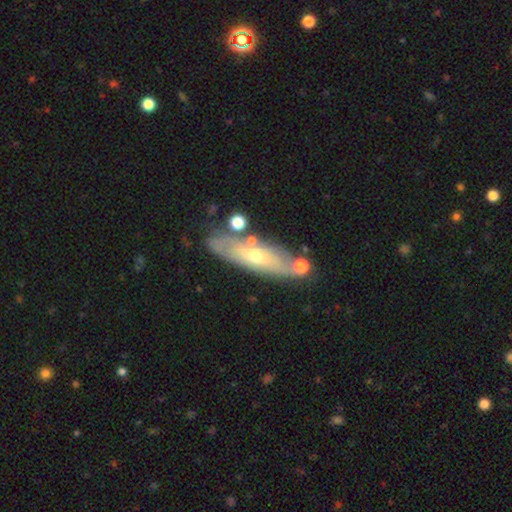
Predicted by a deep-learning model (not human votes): Smooth or featured? featured or disk (61%)
Edge-on disk? no (61%)
Merging? none (75%)